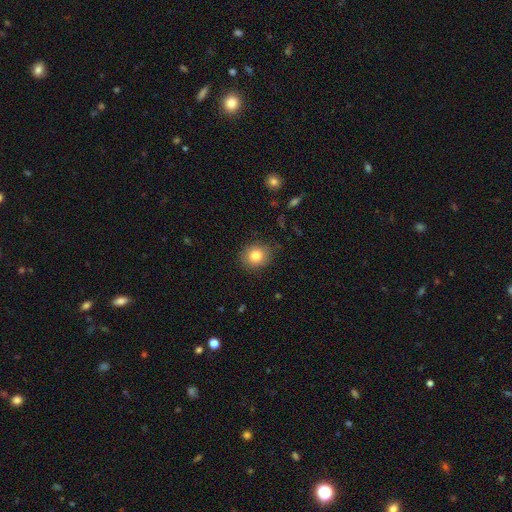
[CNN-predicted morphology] This appears to be a smooth galaxy with no disk features (82%) that is round (78%). Merging: none (84%).